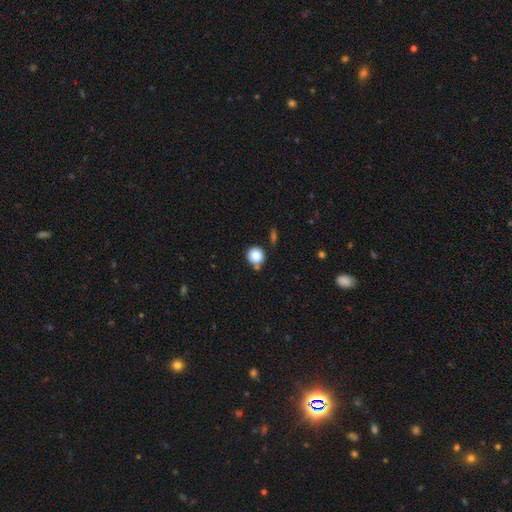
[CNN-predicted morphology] A smooth galaxy with no disk features (84%) that is round (92%).

Vote fractions:
- Smooth or featured? smooth: 84% / star or artifact: 10% / featured or disk: 6%
- How rounded? round: 92% / in between: 7% / cigar-shaped: 1%
- Merging? none: 73% / minor disturbance: 13% / merger: 10% / major disturbance: 3%